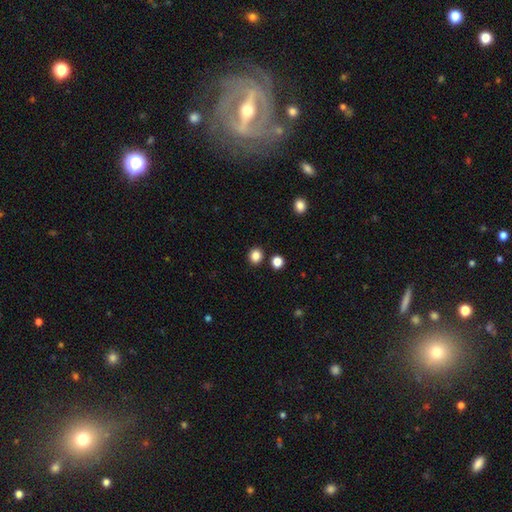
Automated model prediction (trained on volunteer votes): A smooth galaxy with no disk features (85%) that is round (84%).

Vote fractions:
- Smooth or featured? smooth: 85% / star or artifact: 12% / featured or disk: 4%
- How rounded? round: 84% / in between: 15% / cigar-shaped: 1%
- Merging? none: 88% / minor disturbance: 6% / merger: 4% / major disturbance: 2%